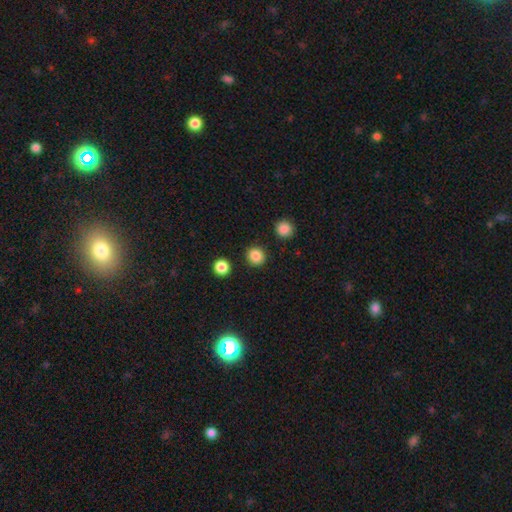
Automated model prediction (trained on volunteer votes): smooth 85%, star or artifact 11%, featured or disk 4%. Down the decision tree: how rounded — round (91%); merging — none (91%).